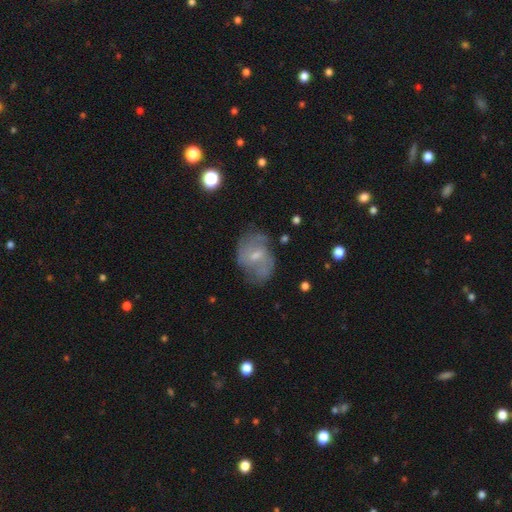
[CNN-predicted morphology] Smooth or featured: featured or disk — 64% (smooth — 28%)
Edge-on disk: no — 97% (yes — 3%)
Bar: weak — 48% (no — 44%)
Spiral arms: yes — 73% (no — 27%)
Bulge size: small — 57% (moderate — 36%)
Merging: none — 58% (minor disturbance — 25%)